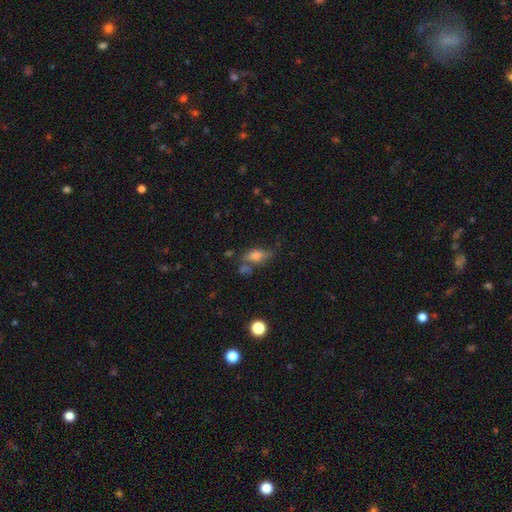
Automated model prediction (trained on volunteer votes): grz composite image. It shows a smooth galaxy with no disk features (63%) that is in between round and cigar-shaped (75%). Merging: none (49%).